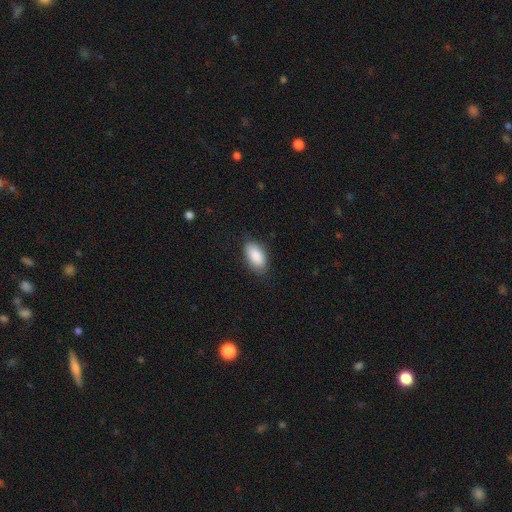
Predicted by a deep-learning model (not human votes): Smooth or featured? smooth (89%)
How rounded? in between (94%)
Merging? none (81%)